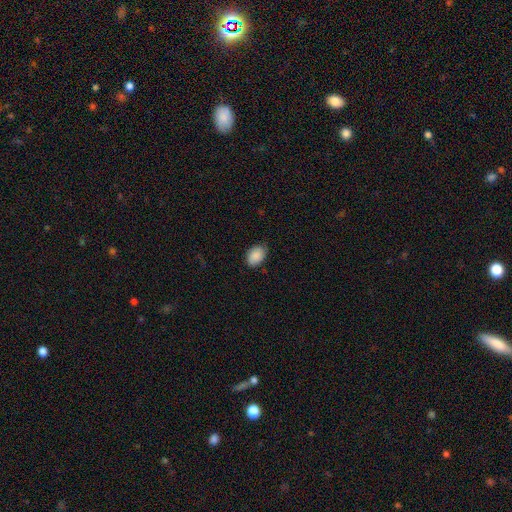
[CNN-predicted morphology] A smooth galaxy with no disk features (89%) that is in between round and cigar-shaped (85%).

Vote fractions:
- Smooth or featured? smooth: 89% / star or artifact: 7% / featured or disk: 4%
- How rounded? in between: 85% / round: 14% / cigar-shaped: 1%
- Merging? none: 78% / minor disturbance: 18% / major disturbance: 3% / merger: 1%